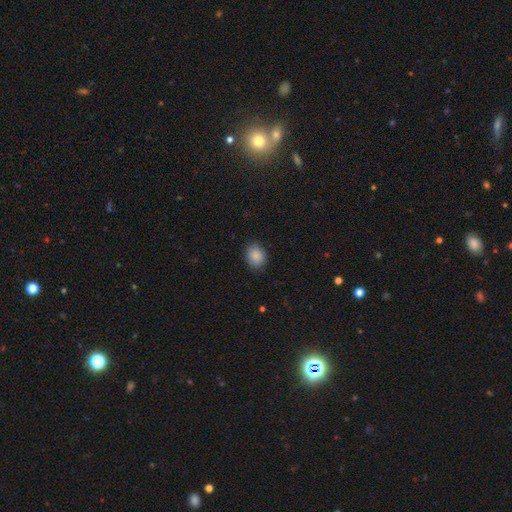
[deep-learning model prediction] smooth-or-featured: smooth: 88% | star or artifact: 8% | featured or disk: 4%
  how-rounded: in between: 53% | round: 46% | cigar-shaped: 1%
  merging: none: 88% | minor disturbance: 9% | major disturbance: 2% | merger: 1%